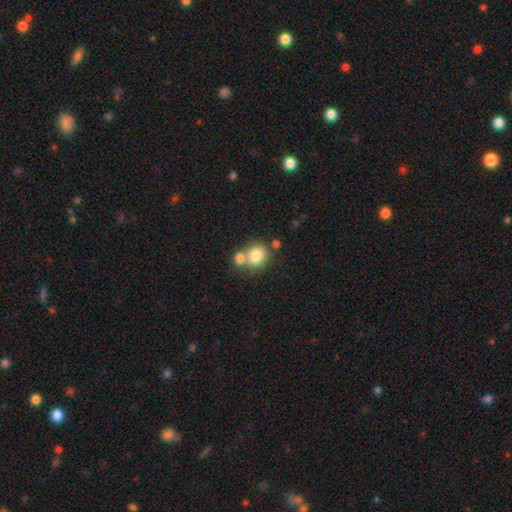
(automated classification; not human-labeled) The model was most divided on "merging": merger: 45%, none: 43%, minor disturbance: 9%, major disturbance: 3%. More confident: smooth or featured — smooth (79%); how rounded — round (66%).